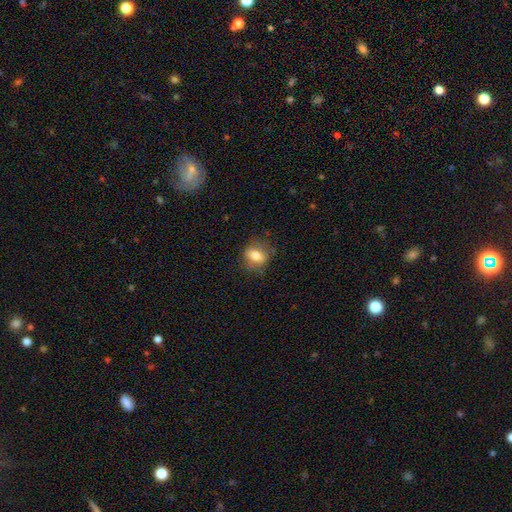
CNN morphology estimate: smooth 75%, featured or disk 16%, star or artifact 9%. Down the decision tree: how rounded — in between (62%); merging — none (75%).